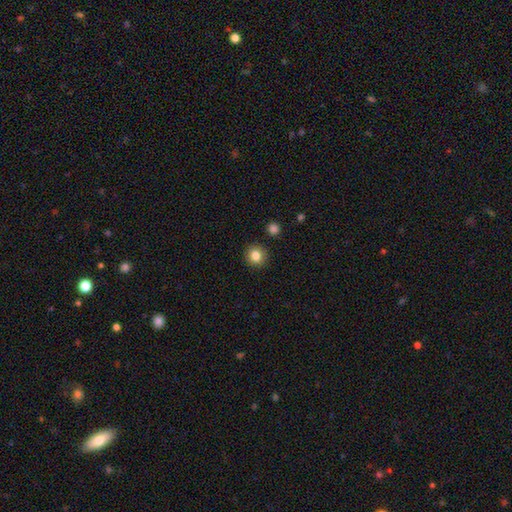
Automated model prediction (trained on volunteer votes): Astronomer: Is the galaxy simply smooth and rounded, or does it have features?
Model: smooth — 84%.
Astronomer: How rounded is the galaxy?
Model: round — 91%.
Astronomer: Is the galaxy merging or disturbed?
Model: none — 91%.